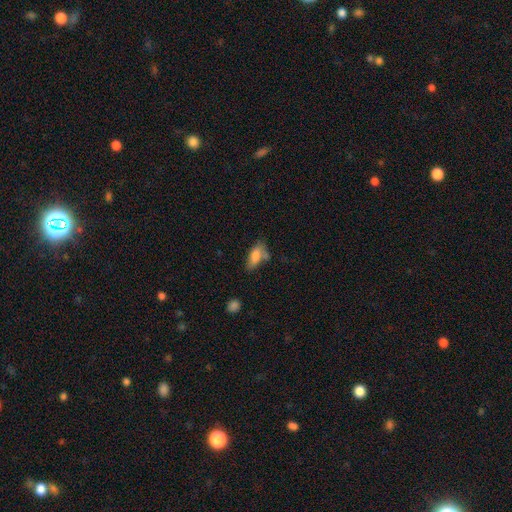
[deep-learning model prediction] A smooth galaxy with no disk features (79%) that is in between round and cigar-shaped (83%). Merging: none (46%).